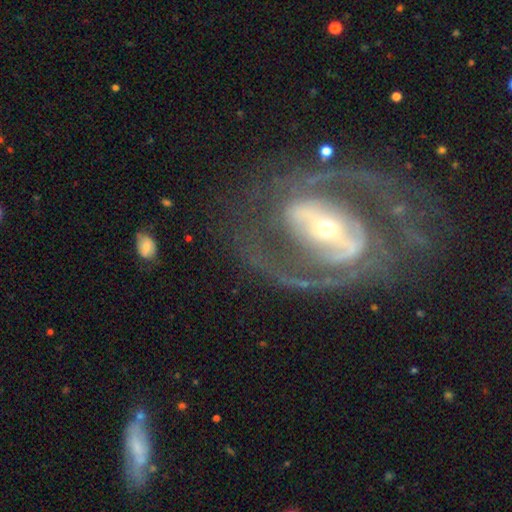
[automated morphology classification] This is clearly a featured or disk galaxy (87%). It is clearly not viewed edge-on (95%). Bar: possibly strong (58%). Spiral arm pattern: clearly yes (90%). Spiral arm count: clearly 2 (83%). Spiral winding: possibly medium (50%). Central bulge: possibly small (47%). Merging: likely none (67%).